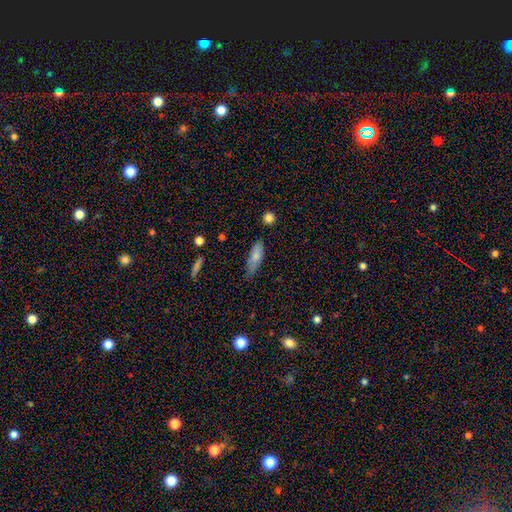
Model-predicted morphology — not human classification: A smooth galaxy with no disk features (78%) that is cigar-shaped (49%, tied with in between).

Vote fractions:
- Smooth or featured? smooth: 78% / featured or disk: 15% / star or artifact: 7%
- How rounded? cigar-shaped: 49% (tied) / in between: 49% (tied) / round: 2%
- Merging? none: 69% / minor disturbance: 24% / major disturbance: 5% / merger: 2%